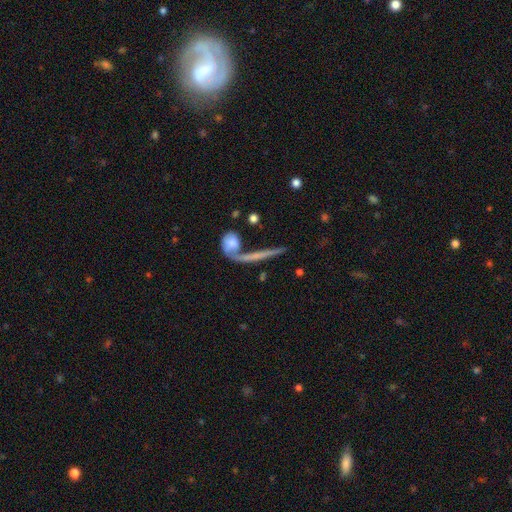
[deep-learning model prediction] This appears to be a featured or disk galaxy (49%). Merging: none (52%).